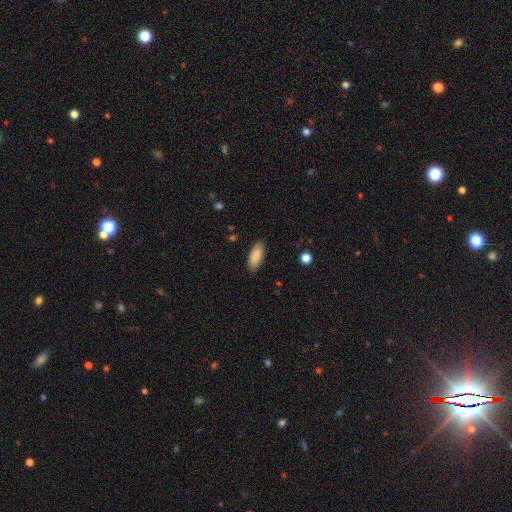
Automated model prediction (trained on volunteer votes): Smooth or featured: smooth — 89% (star or artifact — 6%)
How rounded: in between — 82% (cigar-shaped — 17%)
Merging: none — 87% (minor disturbance — 10%)